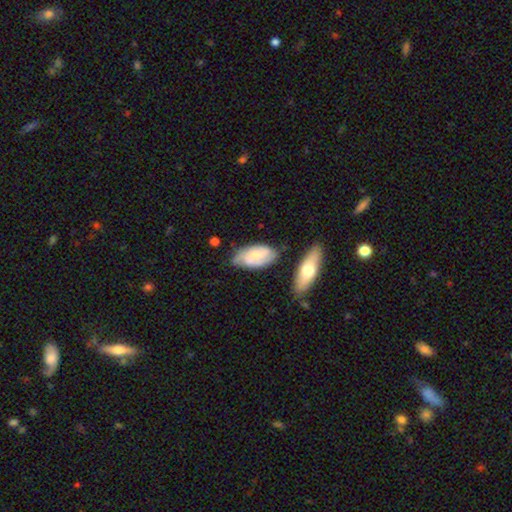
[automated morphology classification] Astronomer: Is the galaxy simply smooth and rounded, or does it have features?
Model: featured or disk — 60%.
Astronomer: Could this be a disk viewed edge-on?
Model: no — 92%.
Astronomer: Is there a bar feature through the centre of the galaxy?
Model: no — 57% (runner-up: weak, 37%).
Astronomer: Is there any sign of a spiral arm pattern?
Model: yes — 87%.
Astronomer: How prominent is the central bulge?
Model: small — 50% (runner-up: moderate, 36%).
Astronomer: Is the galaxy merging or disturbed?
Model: none — 64%.